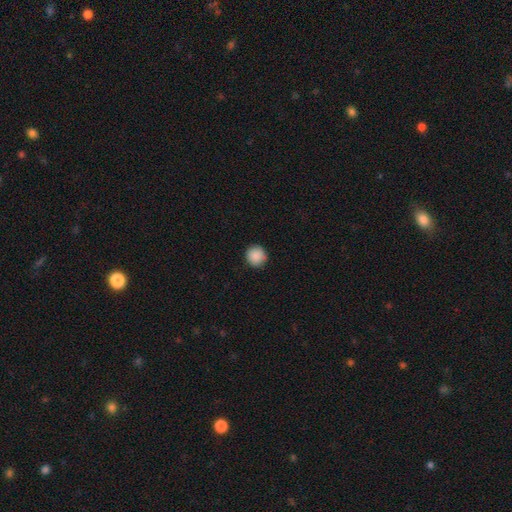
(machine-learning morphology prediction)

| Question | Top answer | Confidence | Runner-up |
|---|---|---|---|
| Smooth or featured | smooth | 89% | star or artifact (8%) |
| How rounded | round | 95% | in between (4%) |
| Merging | none | 91% | minor disturbance (7%) |